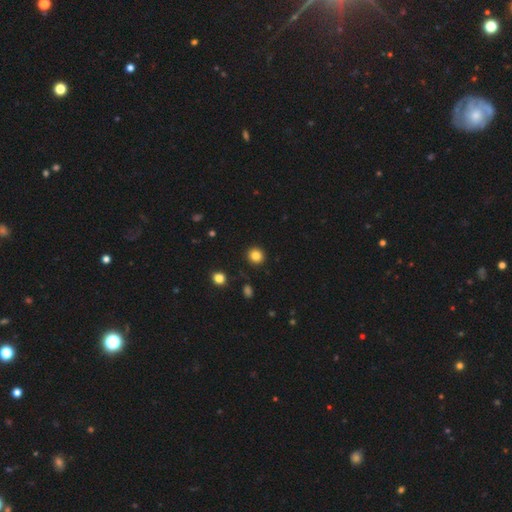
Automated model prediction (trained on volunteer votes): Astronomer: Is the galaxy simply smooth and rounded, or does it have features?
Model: smooth — 84%.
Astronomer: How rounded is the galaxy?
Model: round — 91%.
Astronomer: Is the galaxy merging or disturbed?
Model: none — 92%.